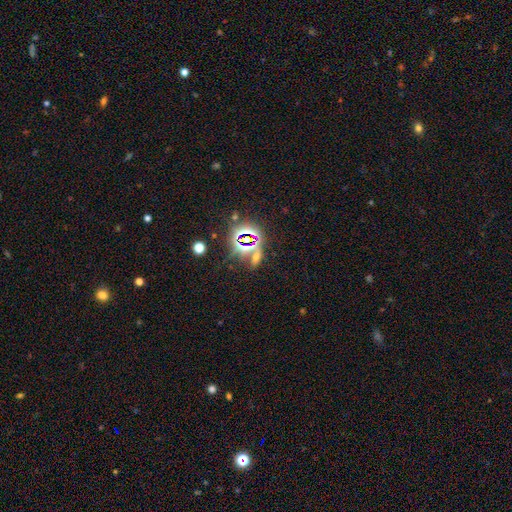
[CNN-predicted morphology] The model was most divided on "smooth or featured": star or artifact: 61%, smooth: 27%, featured or disk: 12%.